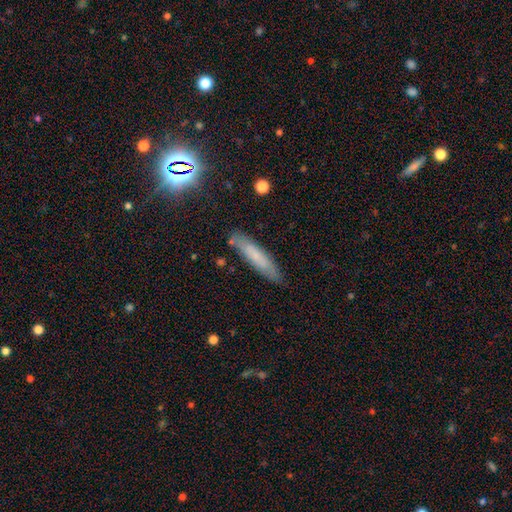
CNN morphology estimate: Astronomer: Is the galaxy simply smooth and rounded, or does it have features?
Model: smooth — 66%.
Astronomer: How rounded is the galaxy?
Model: cigar-shaped — 85%.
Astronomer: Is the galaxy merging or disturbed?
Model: none — 83%.